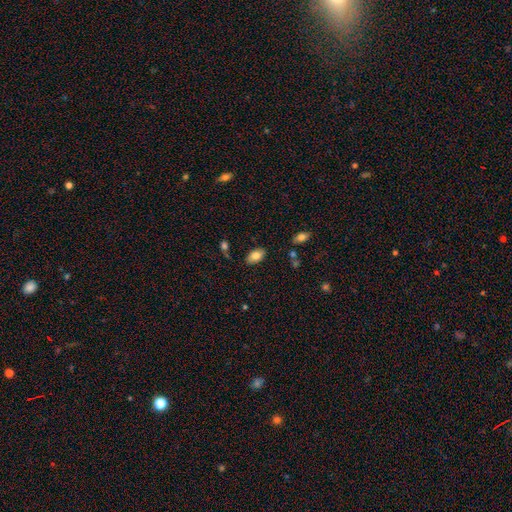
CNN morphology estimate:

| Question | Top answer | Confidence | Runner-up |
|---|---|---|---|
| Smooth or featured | smooth | 79% | featured or disk (14%) |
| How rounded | in between | 93% | round (4%) |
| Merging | none | 83% | minor disturbance (12%) |